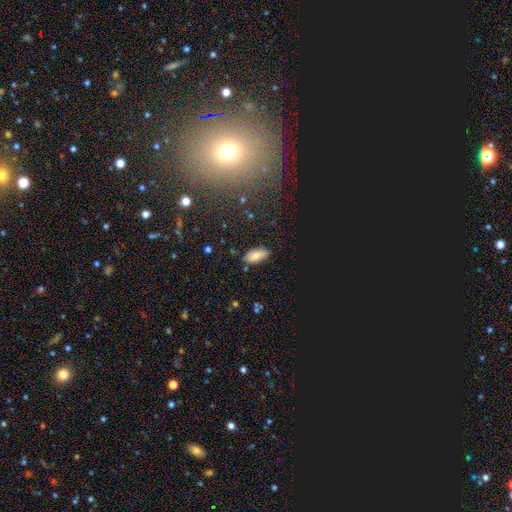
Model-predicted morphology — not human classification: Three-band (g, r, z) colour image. It shows a smooth galaxy with no disk features (78%) that is in between round and cigar-shaped (89%). Merging: none (78%).